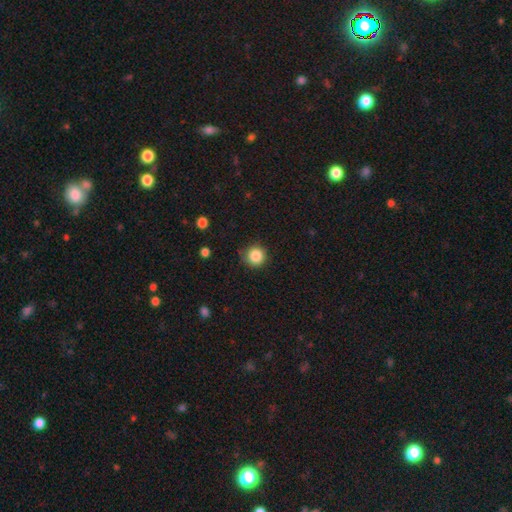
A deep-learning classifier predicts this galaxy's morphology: The model was most divided on "merging": none: 86%, minor disturbance: 10%, major disturbance: 3%, merger: 1%. More confident: how rounded — round (95%); smooth or featured — smooth (86%).